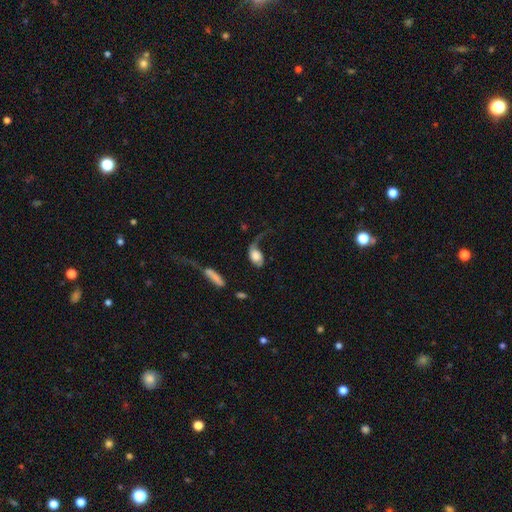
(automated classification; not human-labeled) Q: Smooth or featured?
A: smooth (48%); runner-up: featured or disk (44%)
Q: Merging?
A: major disturbance (53%); runner-up: none (23%)